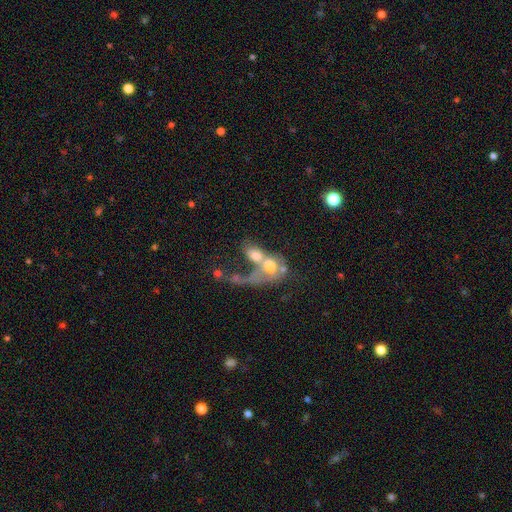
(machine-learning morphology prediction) Overall: smooth (52%; featured or disk 37%). How rounded: in between (59%; round 36%). Merging: merger (68%).